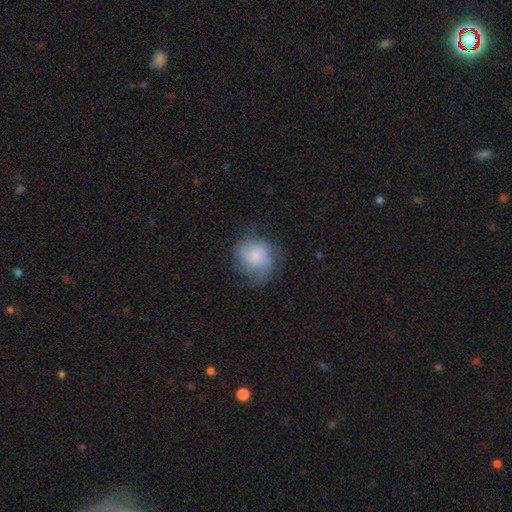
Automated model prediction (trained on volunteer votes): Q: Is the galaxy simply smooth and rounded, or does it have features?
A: featured or disk — 48%.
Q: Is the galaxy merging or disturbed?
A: none — 56%.